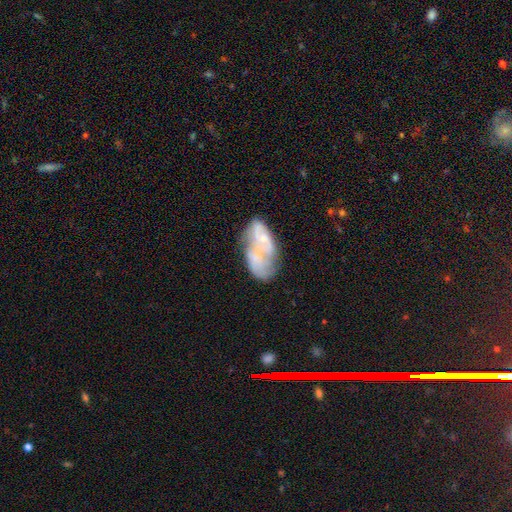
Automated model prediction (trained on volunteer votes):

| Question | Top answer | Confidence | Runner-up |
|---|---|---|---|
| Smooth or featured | featured or disk | 58% | smooth (33%) |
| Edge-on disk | no | 97% | yes (3%) |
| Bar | no | 82% | weak (14%) |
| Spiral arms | no | 70% | yes (30%) |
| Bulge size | small | 41% | none (37%) |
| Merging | major disturbance | 29% | merger (27%) |